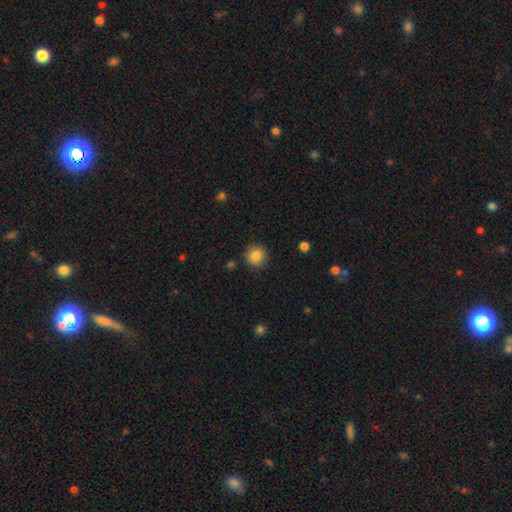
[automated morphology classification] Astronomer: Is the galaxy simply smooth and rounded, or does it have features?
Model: smooth — 84%.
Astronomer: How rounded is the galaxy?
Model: round — 92%.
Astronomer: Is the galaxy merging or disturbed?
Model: none — 89%.